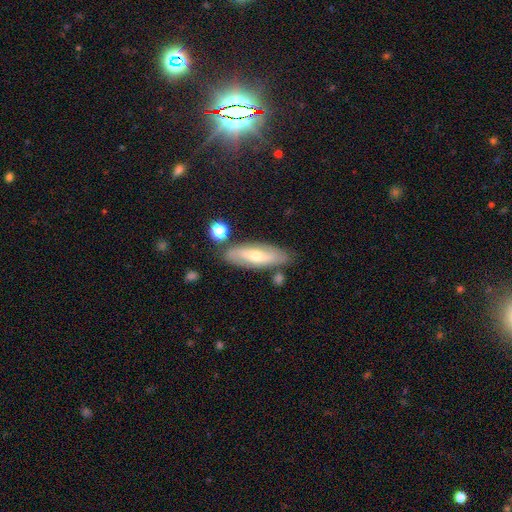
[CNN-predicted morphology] Overall: featured or disk (52%; smooth 41%). Edge-on disk: no (68%; yes 32%). Merging: none (78%).